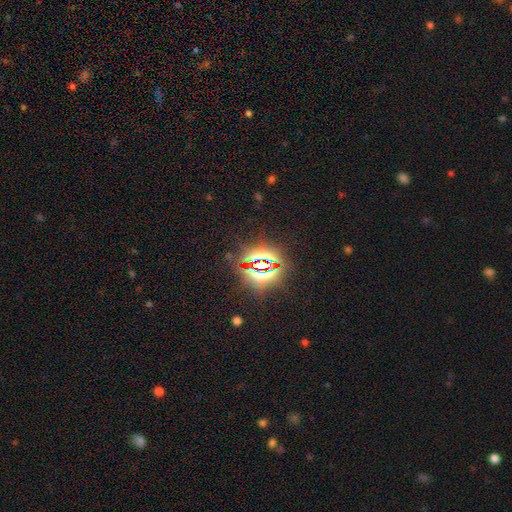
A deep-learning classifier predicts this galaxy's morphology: smooth-or-featured: star or artifact: 82% | smooth: 10% | featured or disk: 8%